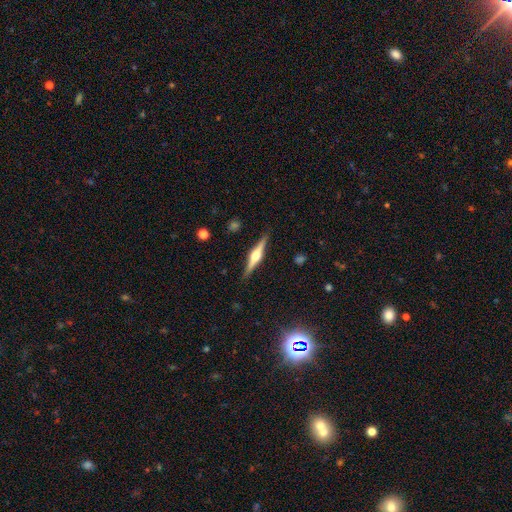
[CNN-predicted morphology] A featured or disk galaxy (79%) viewed edge-on (98%) with a rounded central bulge (93%).

Vote fractions:
- Smooth or featured? featured or disk: 79% / smooth: 16% / star or artifact: 5%
- Edge-on disk? yes: 98% / no: 2%
- Edge-on bulge? rounded: 93% / boxy: 5% / none: 2%
- Merging? none: 90% / minor disturbance: 7% / major disturbance: 2% / merger: 1%